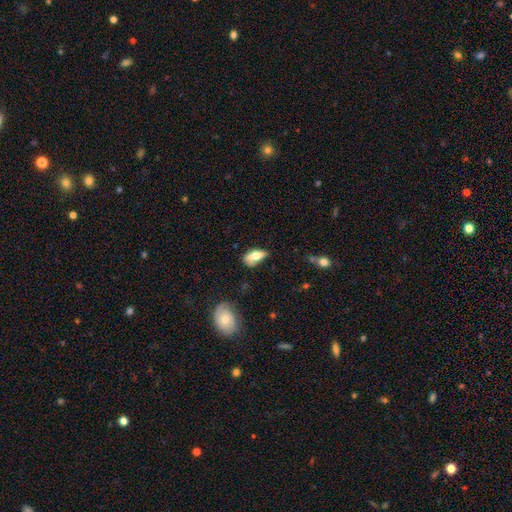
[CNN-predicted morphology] Smooth or featured? Predicted: smooth (p=0.67). How rounded? Predicted: in between (p=0.82). Merging? Predicted: none (p=0.44).